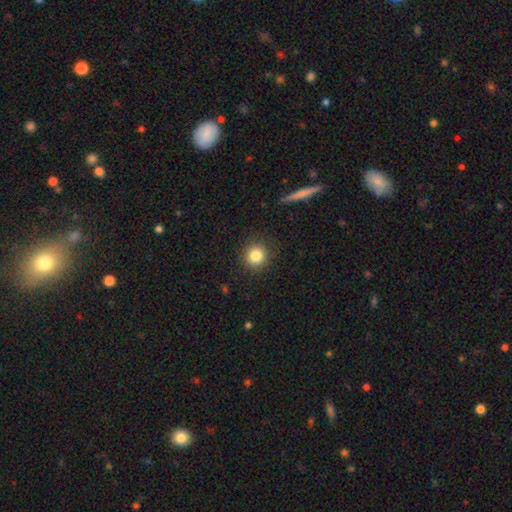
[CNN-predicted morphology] A smooth galaxy with no disk features (83%) that is round (90%).

Vote fractions:
- Smooth or featured? smooth: 83% / star or artifact: 11% / featured or disk: 6%
- How rounded? round: 90% / in between: 9% / cigar-shaped: 1%
- Merging? none: 90% / minor disturbance: 7% / major disturbance: 2% / merger: 1%